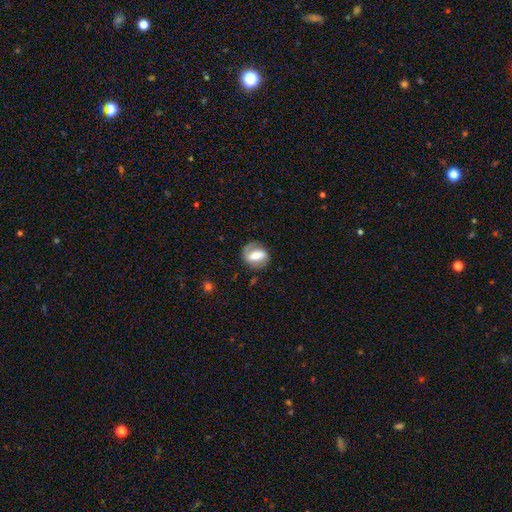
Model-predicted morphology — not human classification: A featured or disk galaxy (55%) with a strong bar (55%), spiral arms (66%) and a moderate central bulge (51%).

Vote fractions:
- Smooth or featured? featured or disk: 55% / smooth: 38% / star or artifact: 7%
- Edge-on disk? no: 93% / yes: 7%
- Bar? strong: 55% / weak: 29% / no: 16%
- Spiral arms? yes: 66% / no: 34%
- Bulge size? moderate: 51% / large: 22% / small: 20% / none: 3% / dominant: 3%
- Merging? none: 72% / minor disturbance: 18% / major disturbance: 9% / merger: 2%